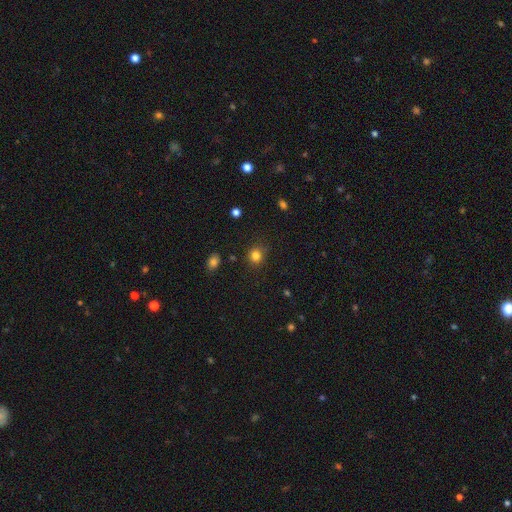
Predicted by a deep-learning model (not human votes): The model was most divided on "smooth or featured": smooth: 82%, star or artifact: 14%, featured or disk: 5%. More confident: how rounded — round (85%); merging — none (83%).